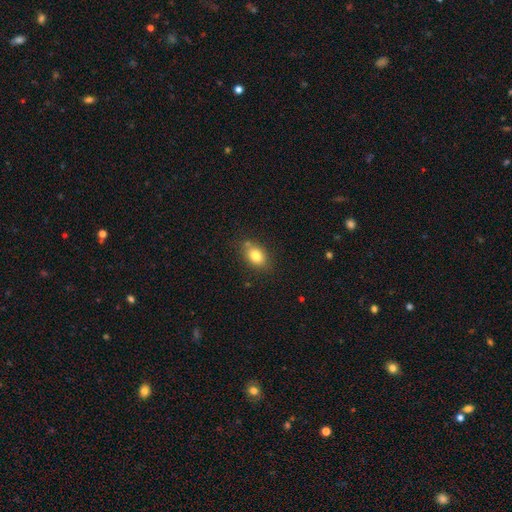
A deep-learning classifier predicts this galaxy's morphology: smooth 80%, featured or disk 10%, star or artifact 10%. Down the decision tree: how rounded — in between (78%); merging — none (74%).